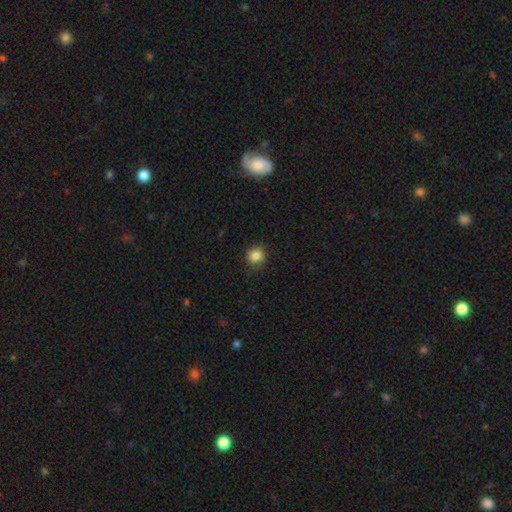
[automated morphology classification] The model was most divided on "smooth or featured": smooth: 85%, star or artifact: 11%, featured or disk: 4%. More confident: merging — none (88%); how rounded — round (88%).